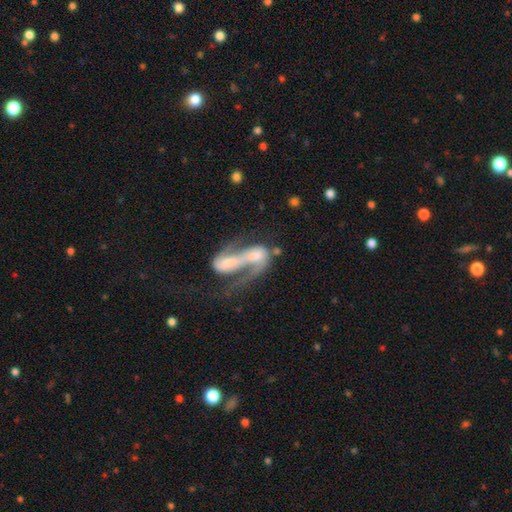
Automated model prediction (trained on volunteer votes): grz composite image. It shows a featured or disk galaxy (56%) with no bar (56%), spiral arms (56%) and a moderate central bulge (29%). Merging: merger (56%).